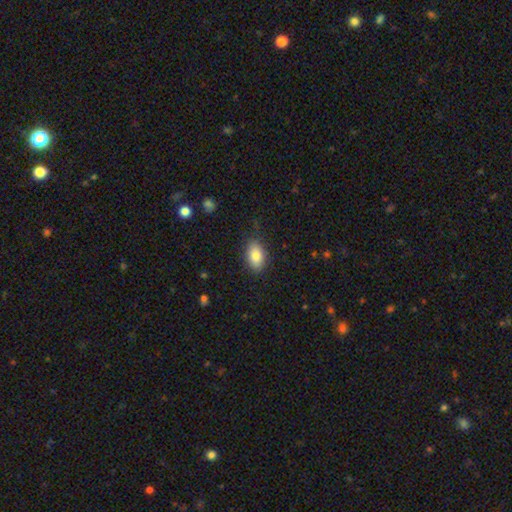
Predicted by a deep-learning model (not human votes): Smooth or featured? smooth (83%)
How rounded? in between (90%)
Merging? none (81%)